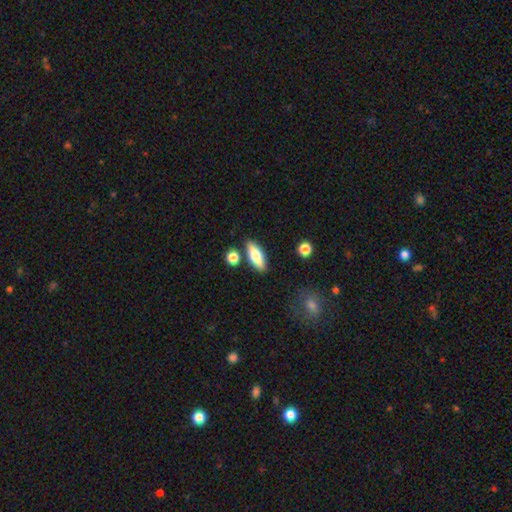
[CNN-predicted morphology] smooth 68%, featured or disk 25%, star or artifact 7%. Down the decision tree: how rounded — in between (62%); merging — none (81%).